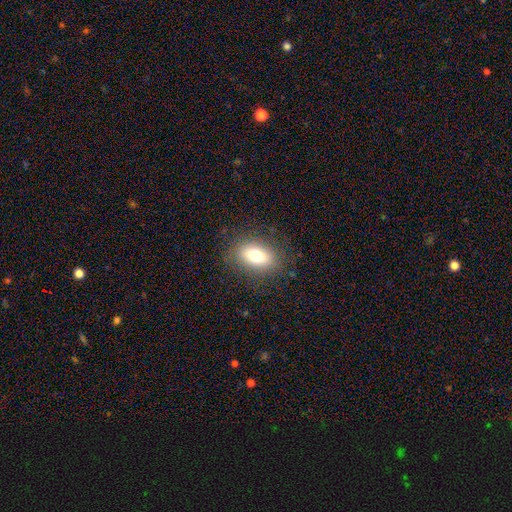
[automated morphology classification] smooth_or_featured: smooth (p=0.75) [alt: featured or disk p=0.15]
how_rounded: in between (p=0.84) [alt: round p=0.12]
merging: none (p=0.83) [alt: minor disturbance p=0.11]